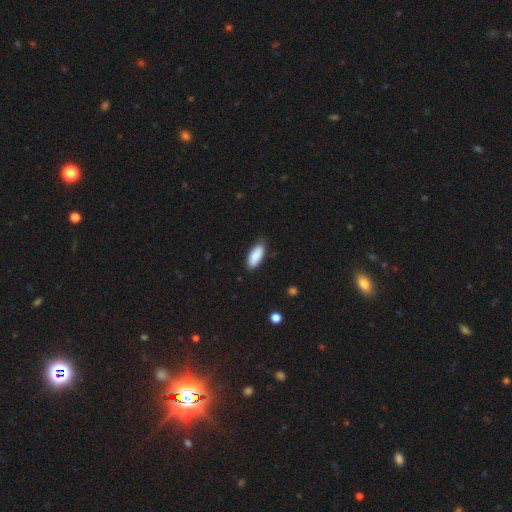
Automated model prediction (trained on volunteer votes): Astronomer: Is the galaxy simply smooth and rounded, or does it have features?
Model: smooth — 89%.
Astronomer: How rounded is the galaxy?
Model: in between — 84%.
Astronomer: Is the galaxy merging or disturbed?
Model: none — 80%.